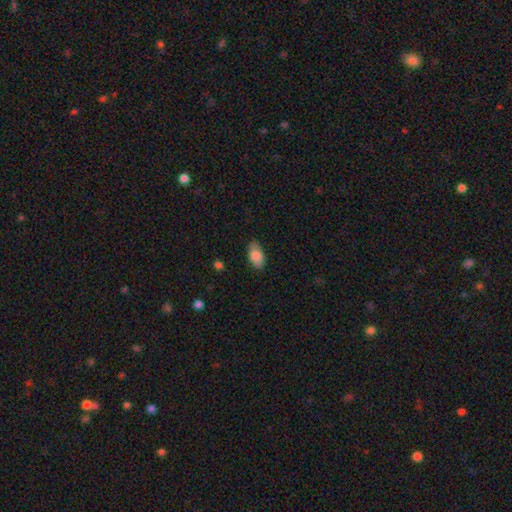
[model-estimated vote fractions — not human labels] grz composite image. It shows a smooth galaxy with no disk features (82%) that is in between round and cigar-shaped (92%). Merging: none (79%).